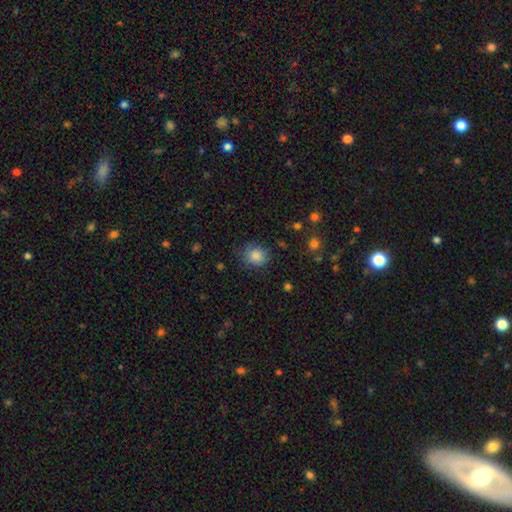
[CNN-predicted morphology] This appears to be a smooth galaxy with no disk features (85%) that is round (79%). Merging: none (78%).